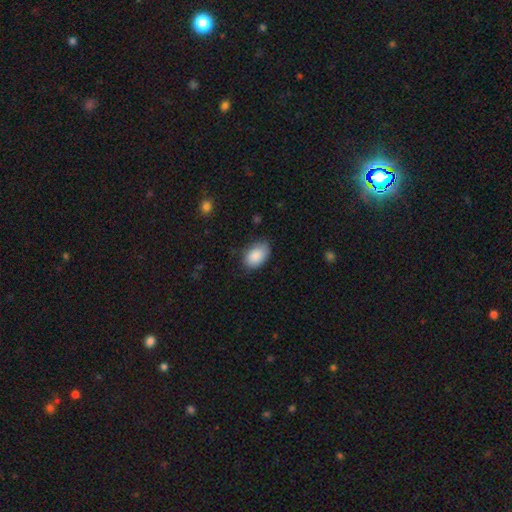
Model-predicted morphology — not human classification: Smooth or featured? smooth (88%)
How rounded? in between (90%)
Merging? none (70%)